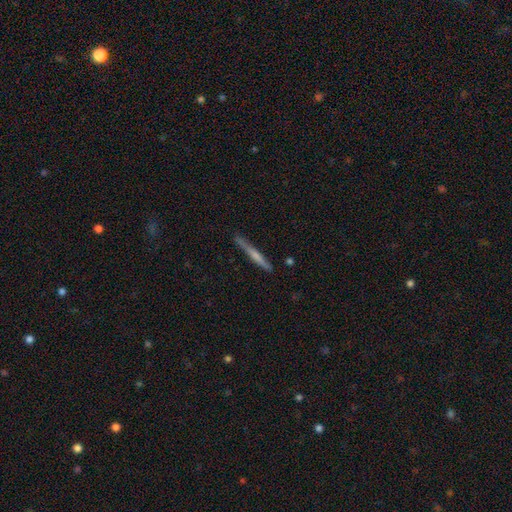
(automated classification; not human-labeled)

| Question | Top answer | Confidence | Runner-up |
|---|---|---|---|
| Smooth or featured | featured or disk | 54% | smooth (40%) |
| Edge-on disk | yes | 97% | no (3%) |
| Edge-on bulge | rounded | 44% | tied: none (44%) |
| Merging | none | 86% | minor disturbance (10%) |